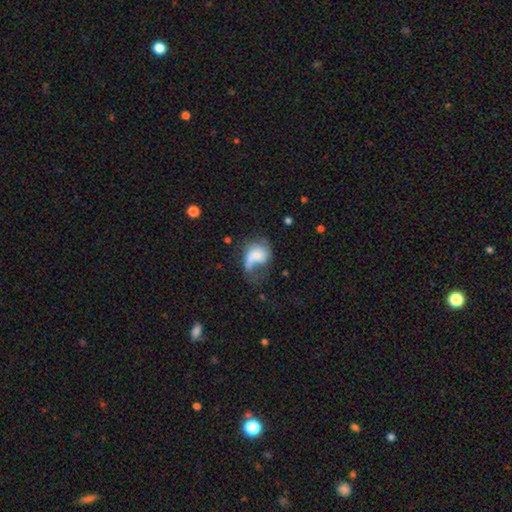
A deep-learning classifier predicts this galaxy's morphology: Smooth or featured: smooth — 48% (featured or disk — 43%)
Merging: major disturbance — 47% (none — 22%)